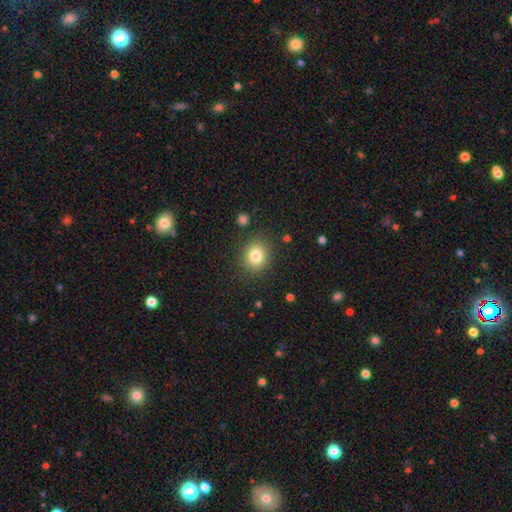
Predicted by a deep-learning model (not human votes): Q: Smooth or featured?
A: smooth (81%); runner-up: star or artifact (12%)
Q: How rounded?
A: round (77%); runner-up: in between (22%)
Q: Merging?
A: none (86%); runner-up: minor disturbance (9%)